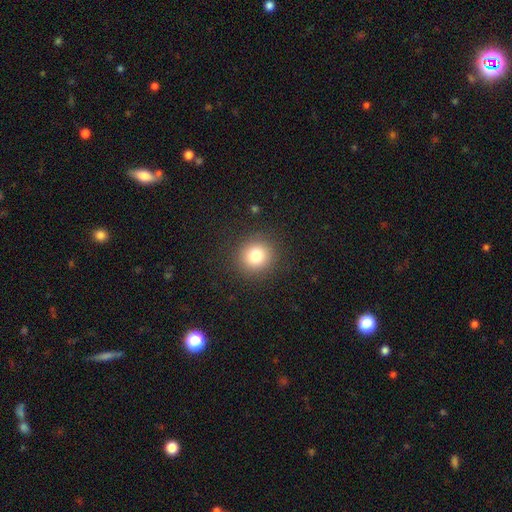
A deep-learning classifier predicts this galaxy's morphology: This appears to be a smooth galaxy with no disk features (80%) that is round (91%). Merging: none (90%).